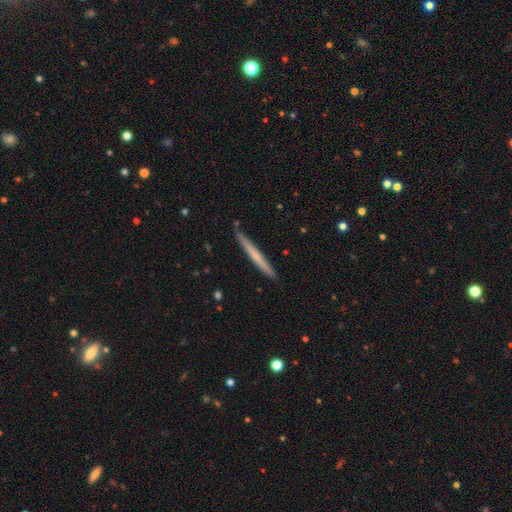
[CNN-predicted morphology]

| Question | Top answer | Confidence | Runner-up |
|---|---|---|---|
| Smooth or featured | smooth | 53% | featured or disk (42%) |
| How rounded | cigar-shaped | 97% | in between (2%) |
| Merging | none | 90% | minor disturbance (7%) |